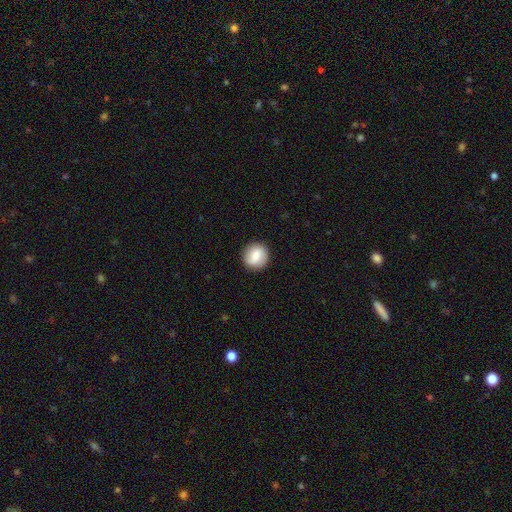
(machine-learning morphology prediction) A smooth galaxy with no disk features (75%) that is round (89%). Merging: none (89%).